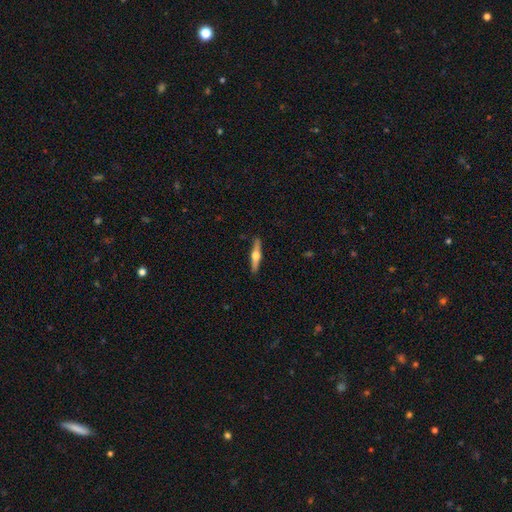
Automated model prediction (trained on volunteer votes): Smooth or featured? featured or disk (68%)
Edge-on disk? yes (97%)
Edge-on bulge? rounded (96%)
Merging? none (91%)